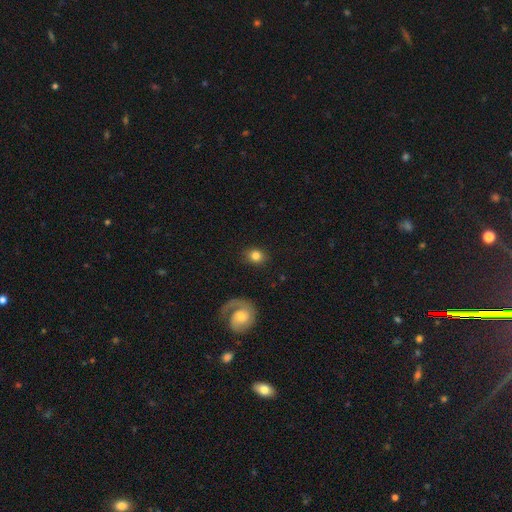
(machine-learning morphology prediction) smooth_or_featured: smooth (p=0.78) [alt: featured or disk p=0.13]
how_rounded: round (p=0.66) [alt: in between p=0.33]
merging: none (p=0.85) [alt: minor disturbance p=0.09]